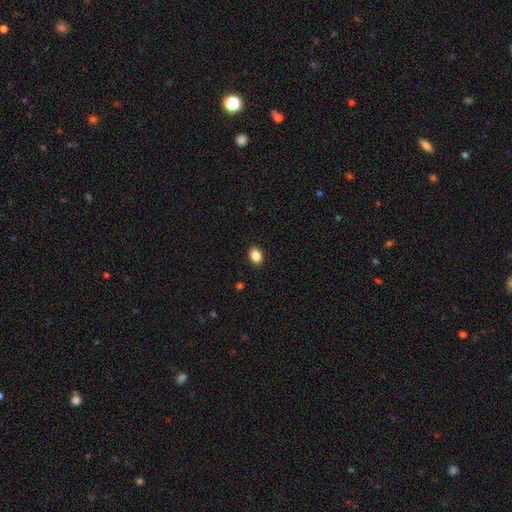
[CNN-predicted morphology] Q: Smooth or featured?
A: smooth (87%); runner-up: star or artifact (9%)
Q: How rounded?
A: in between (66%); runner-up: round (33%)
Q: Merging?
A: none (91%); runner-up: minor disturbance (6%)